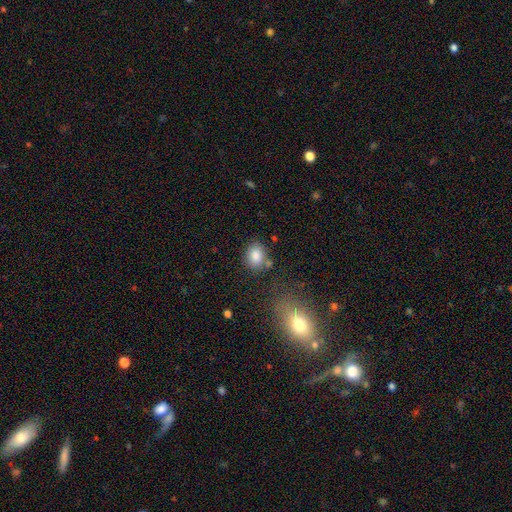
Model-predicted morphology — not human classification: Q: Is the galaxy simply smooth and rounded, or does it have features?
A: smooth — 85%.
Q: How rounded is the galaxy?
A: in between — 52%.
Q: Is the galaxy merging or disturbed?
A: none — 72%.